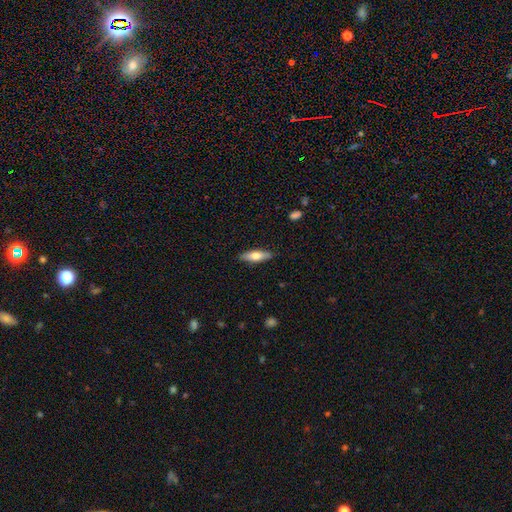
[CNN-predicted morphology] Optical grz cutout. It shows a smooth galaxy with no disk features (64%) that is cigar-shaped (52%). Merging: none (88%).